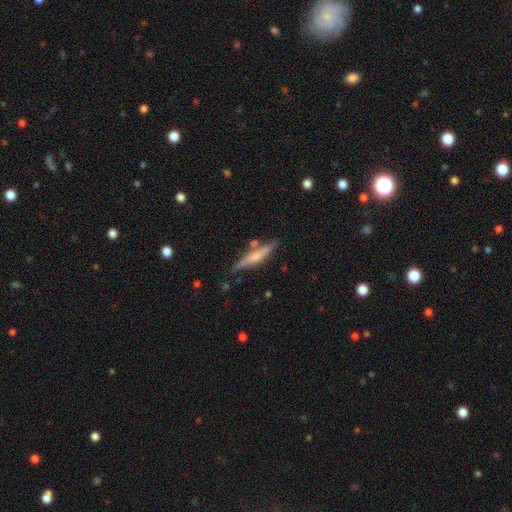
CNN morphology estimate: Overall: featured or disk (50%; smooth 43%). Edge-on disk: yes (95%). Merging: none (76%).